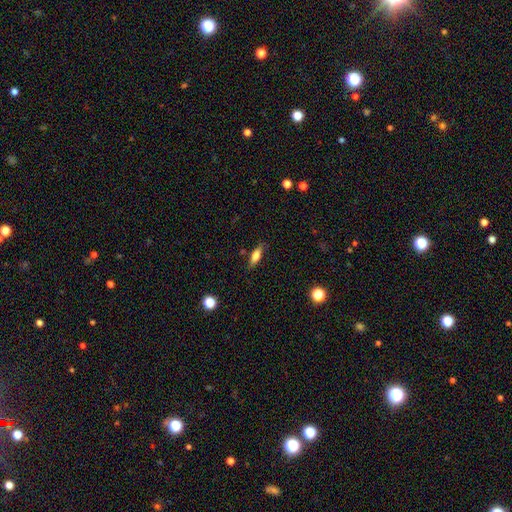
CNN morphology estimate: Smooth or featured? Predicted: smooth (p=0.68). How rounded? Predicted: in between (p=0.54). Merging? Predicted: none (p=0.83).